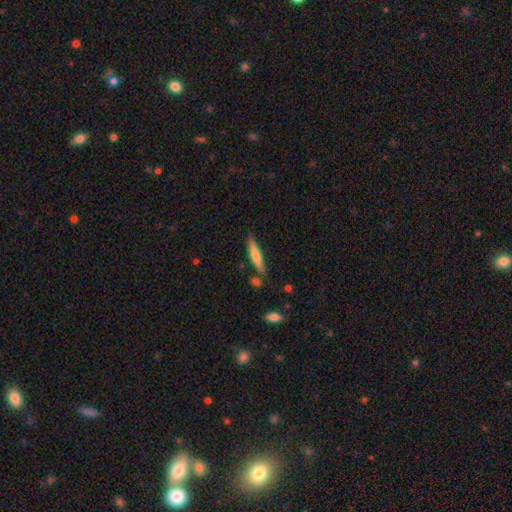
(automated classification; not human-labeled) smooth_or_featured: smooth (p=0.59) [alt: featured or disk p=0.35]
how_rounded: cigar-shaped (p=0.87) [alt: in between p=0.11]
merging: none (p=0.78) [alt: minor disturbance p=0.14]